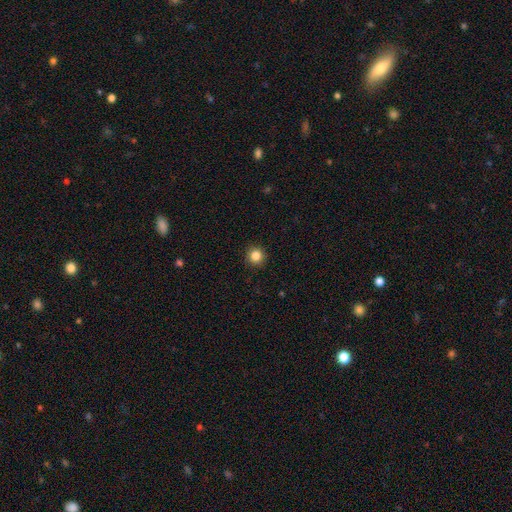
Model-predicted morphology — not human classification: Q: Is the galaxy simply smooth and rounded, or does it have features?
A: smooth — 85%.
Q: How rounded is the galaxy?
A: round — 95%.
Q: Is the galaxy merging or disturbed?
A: none — 93%.